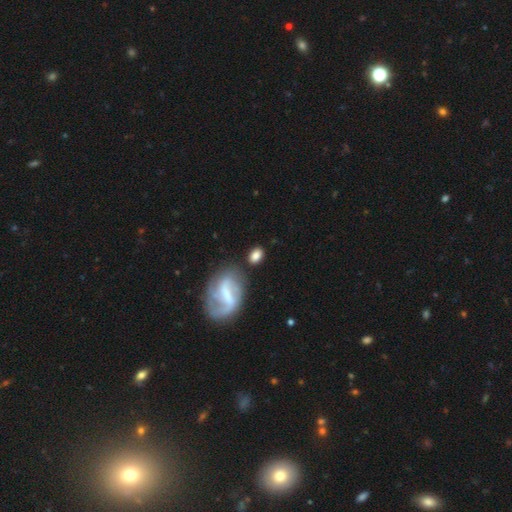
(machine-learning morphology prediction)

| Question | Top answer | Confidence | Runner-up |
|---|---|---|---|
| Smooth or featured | smooth | 73% | featured or disk (19%) |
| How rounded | in between | 76% | round (21%) |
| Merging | none | 68% | minor disturbance (16%) |